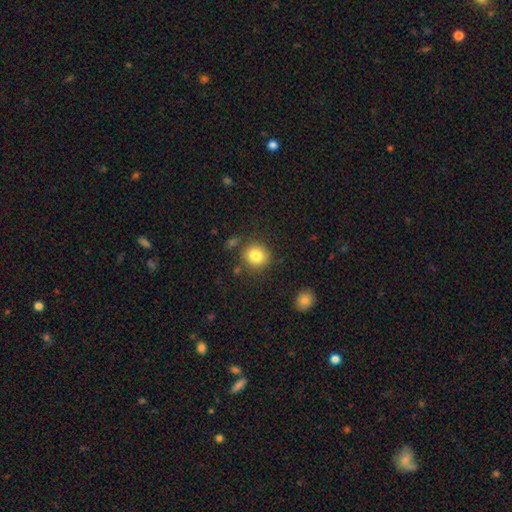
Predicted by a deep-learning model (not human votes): smooth 82%, star or artifact 10%, featured or disk 7%. Down the decision tree: how rounded — round (90%); merging — none (84%).